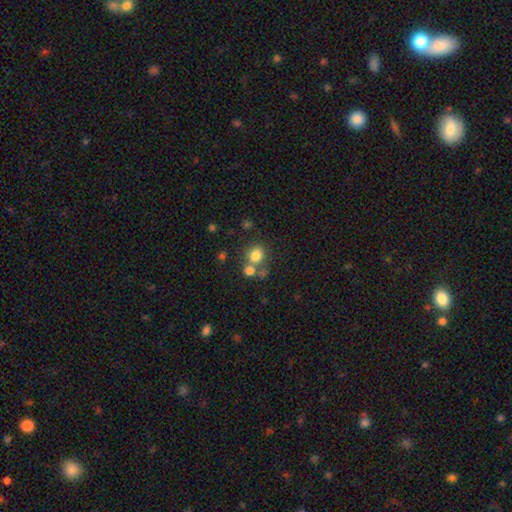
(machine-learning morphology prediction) Smooth or featured: smooth — 78% (star or artifact — 13%)
How rounded: round — 77% (in between — 22%)
Merging: none — 56% (merger — 30%)